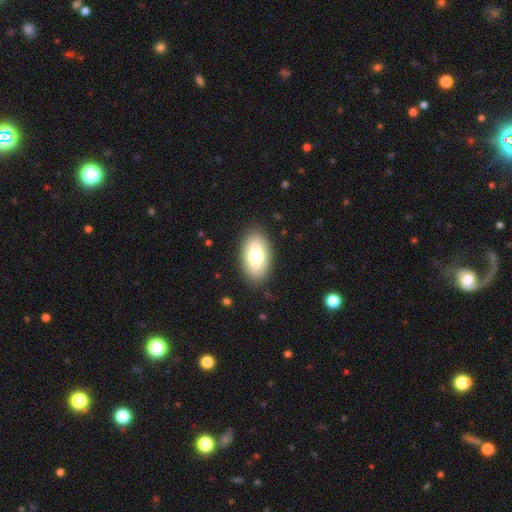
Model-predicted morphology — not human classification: Smooth or featured? Predicted: smooth (p=0.75). How rounded? Predicted: in between (p=0.93). Merging? Predicted: none (p=0.87).